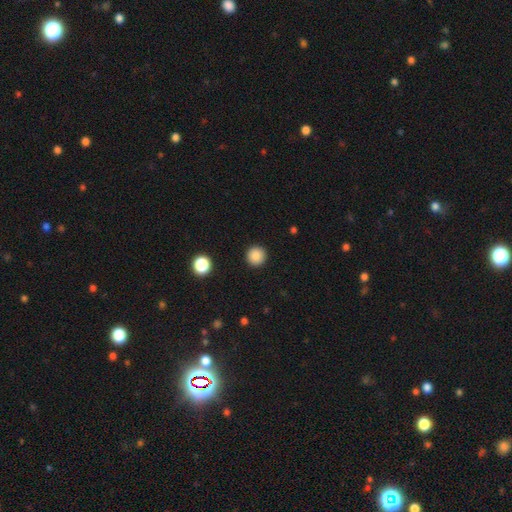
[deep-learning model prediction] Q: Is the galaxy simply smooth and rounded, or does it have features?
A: smooth — 86%.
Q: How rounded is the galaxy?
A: round — 96%.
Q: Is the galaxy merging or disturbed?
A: none — 93%.